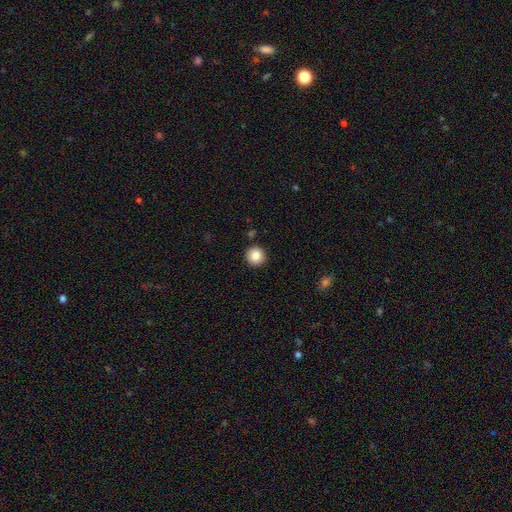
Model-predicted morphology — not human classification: Smooth or featured? Predicted: smooth (p=0.84). How rounded? Predicted: round (p=0.95). Merging? Predicted: none (p=0.92).